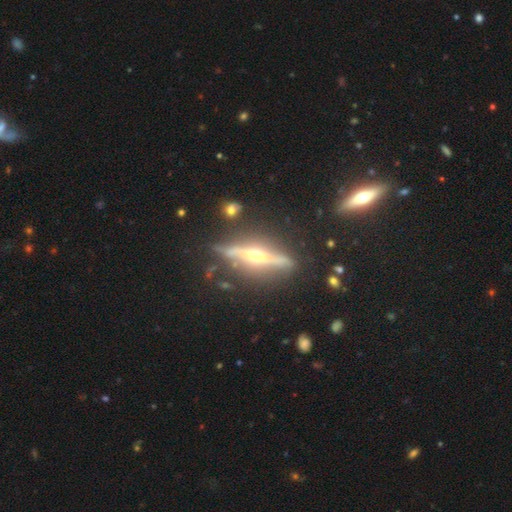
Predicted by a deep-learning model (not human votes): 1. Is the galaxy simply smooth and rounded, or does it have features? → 84% featured or disk, 9% smooth, 6% star or artifact.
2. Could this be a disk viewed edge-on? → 94% yes, 6% no.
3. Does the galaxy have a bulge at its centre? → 92% rounded, 5% none, 4% boxy.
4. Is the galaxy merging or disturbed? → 80% none, 13% minor disturbance, 4% major disturbance, 3% merger.